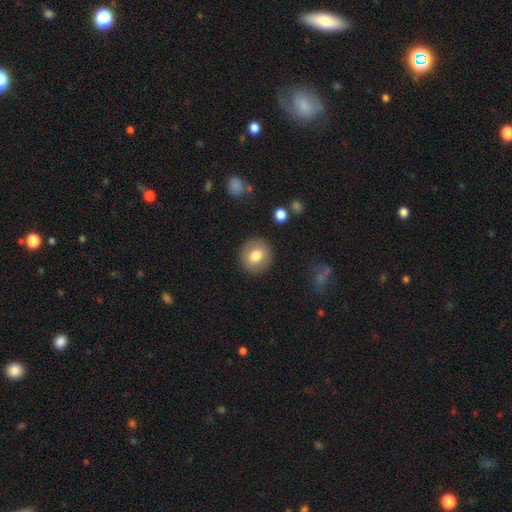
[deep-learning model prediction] Smooth or featured?
  - smooth: 77% *
  - featured or disk: 15%
  - star or artifact: 8%
How rounded?
  - round: 89% *
  - in between: 10%
  - cigar-shaped: 1%
Merging?
  - none: 89% *
  - minor disturbance: 7%
  - major disturbance: 2%
  - merger: 1%